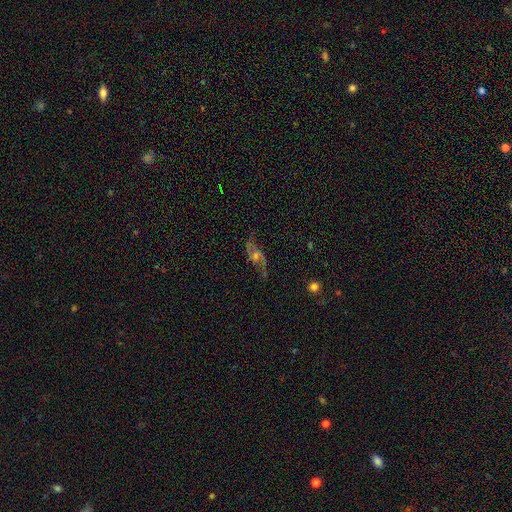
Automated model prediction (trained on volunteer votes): A featured or disk galaxy (71%) with no bar (52%), 2 (88%) loose (65%) spiral arms (88%) and a moderate central bulge (44%). Merging: none (68%).